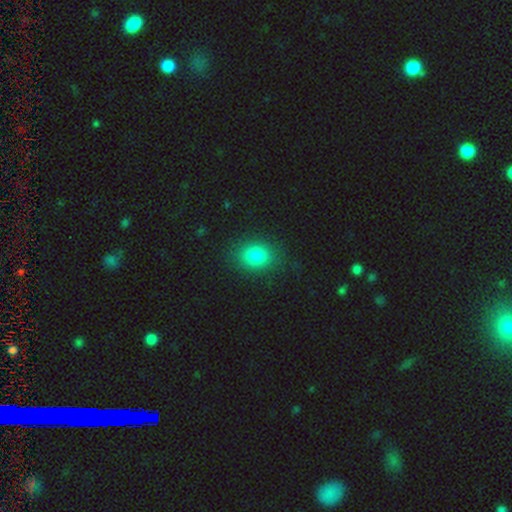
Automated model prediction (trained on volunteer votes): Smooth or featured: smooth — 82% (star or artifact — 11%)
How rounded: in between — 53% (round — 46%)
Merging: none — 85% (minor disturbance — 10%)